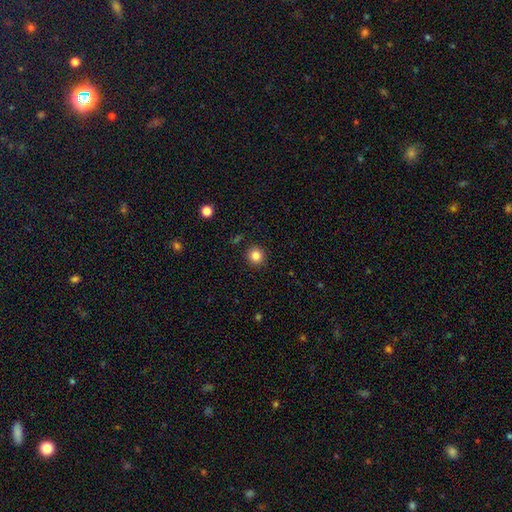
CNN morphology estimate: smooth_or_featured: smooth (p=0.84) [alt: star or artifact p=0.11]
how_rounded: round (p=0.93) [alt: in between p=0.06]
merging: none (p=0.91) [alt: minor disturbance p=0.06]